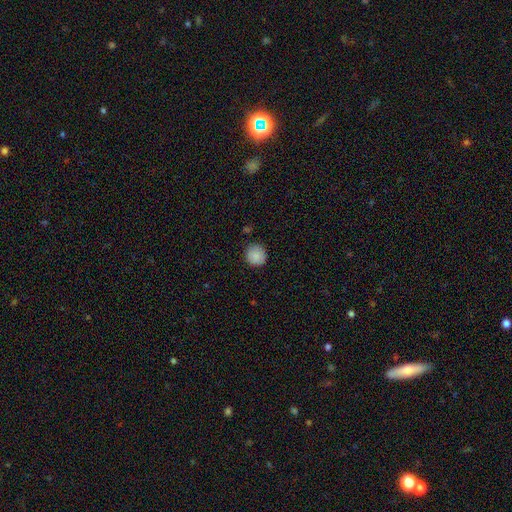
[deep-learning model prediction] A smooth galaxy with no disk features (88%) that is round (92%). Merging: none (85%).